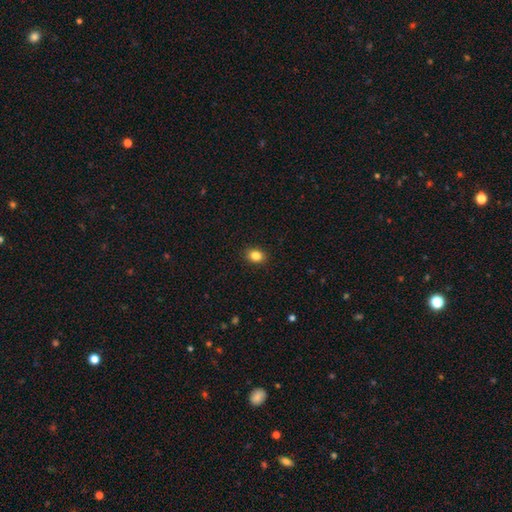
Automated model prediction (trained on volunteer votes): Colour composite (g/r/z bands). It shows a smooth galaxy with no disk features (85%) that is in between round and cigar-shaped (54%). Merging: none (90%).